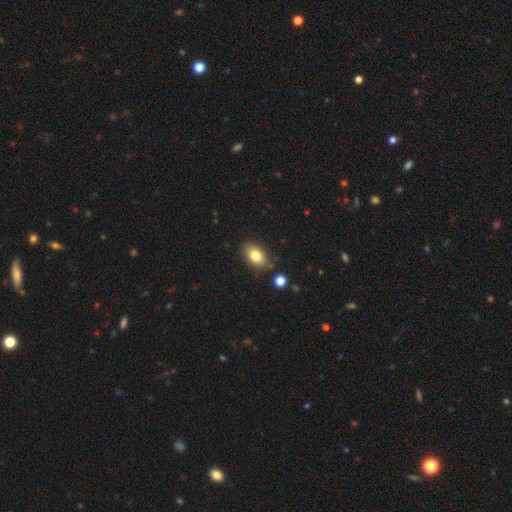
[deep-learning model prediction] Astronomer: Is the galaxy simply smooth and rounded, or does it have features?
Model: smooth — 80%.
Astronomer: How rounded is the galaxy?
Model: in between — 85%.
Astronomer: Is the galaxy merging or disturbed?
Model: none — 80%.